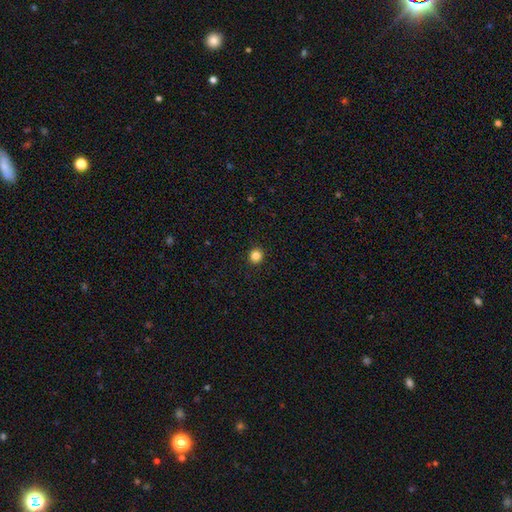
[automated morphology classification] A smooth galaxy with no disk features (84%) that is round (93%).

Vote fractions:
- Smooth or featured? smooth: 84% / star or artifact: 12% / featured or disk: 3%
- How rounded? round: 93% / in between: 6% / cigar-shaped: 1%
- Merging? none: 93% / minor disturbance: 4% / major disturbance: 1% / merger: 1%